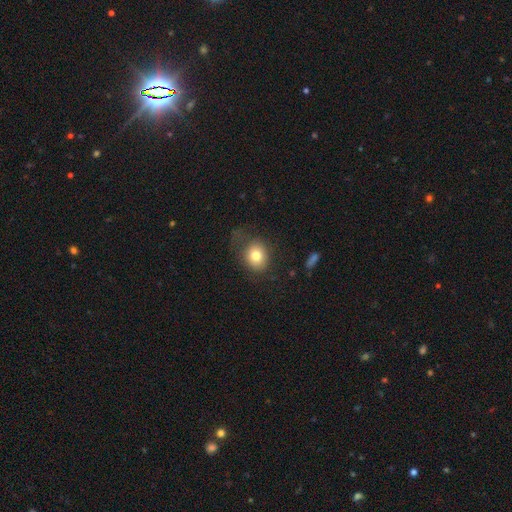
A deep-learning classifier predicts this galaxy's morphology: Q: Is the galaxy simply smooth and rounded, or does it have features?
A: smooth — 77%.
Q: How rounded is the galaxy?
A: round — 64%.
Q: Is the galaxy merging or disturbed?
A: none — 66%.